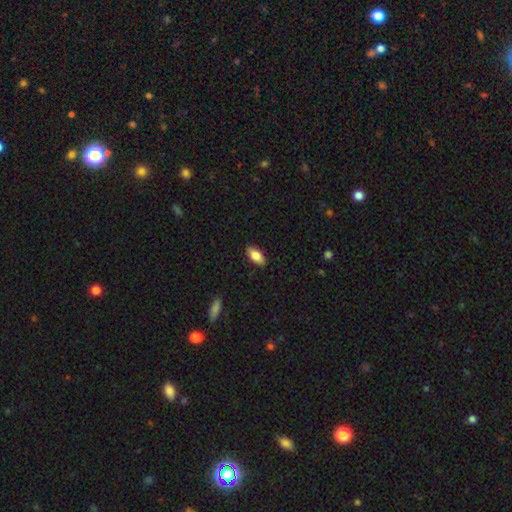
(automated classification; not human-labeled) A smooth galaxy with no disk features (82%) that is in between round and cigar-shaped (89%). Merging: none (88%).